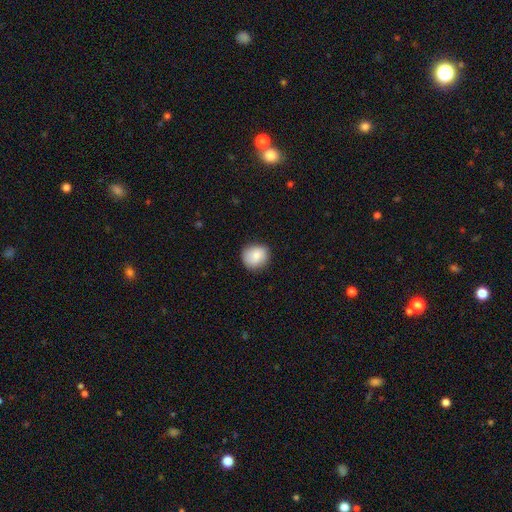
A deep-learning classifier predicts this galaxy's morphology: Smooth or featured: smooth — 81% (featured or disk — 12%)
How rounded: round — 87% (in between — 12%)
Merging: none — 84% (minor disturbance — 13%)